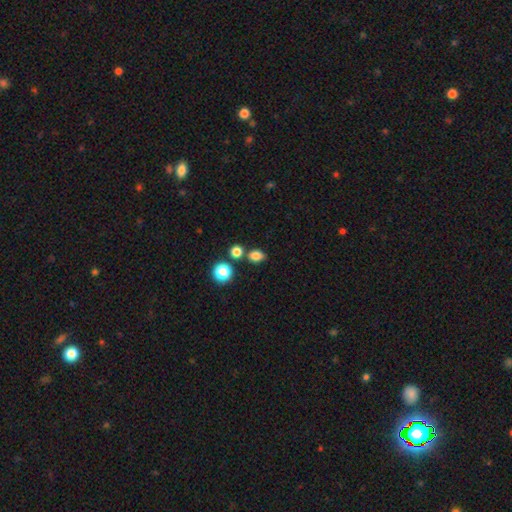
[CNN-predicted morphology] smooth-or-featured: smooth: 82% | star or artifact: 13% | featured or disk: 5%
  how-rounded: in between: 59% | round: 39% | cigar-shaped: 1%
  merging: none: 73% | merger: 13% | minor disturbance: 11% | major disturbance: 3%